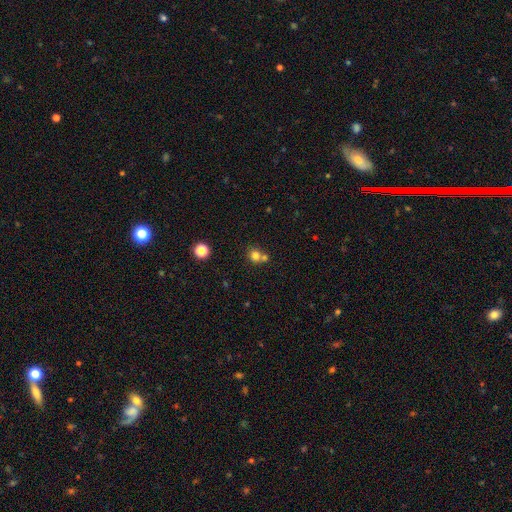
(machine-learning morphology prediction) Smooth or featured?
  - smooth: 77% *
  - star or artifact: 14%
  - featured or disk: 9%
How rounded?
  - round: 84% *
  - in between: 15%
  - cigar-shaped: 1%
Merging?
  - none: 51% *
  - merger: 39%
  - minor disturbance: 7%
  - major disturbance: 3%